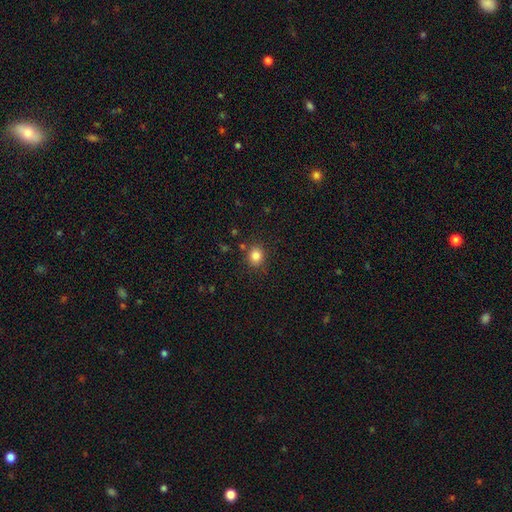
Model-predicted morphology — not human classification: Q: Smooth or featured?
A: smooth (84%); runner-up: star or artifact (11%)
Q: How rounded?
A: round (74%); runner-up: in between (25%)
Q: Merging?
A: none (83%); runner-up: minor disturbance (10%)